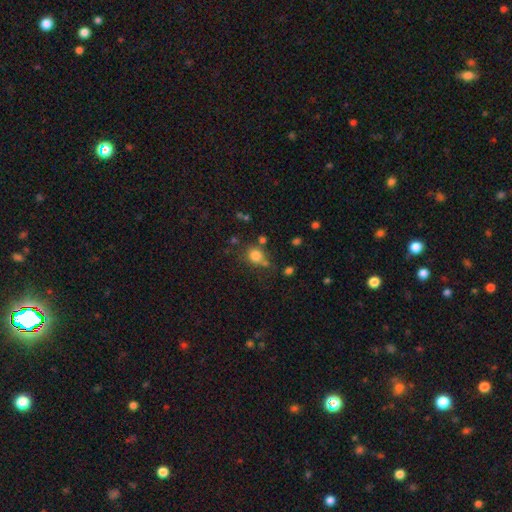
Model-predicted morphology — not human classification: This is likely a smooth galaxy (80%). How rounded: likely round (72%). Merging: likely none (63%).